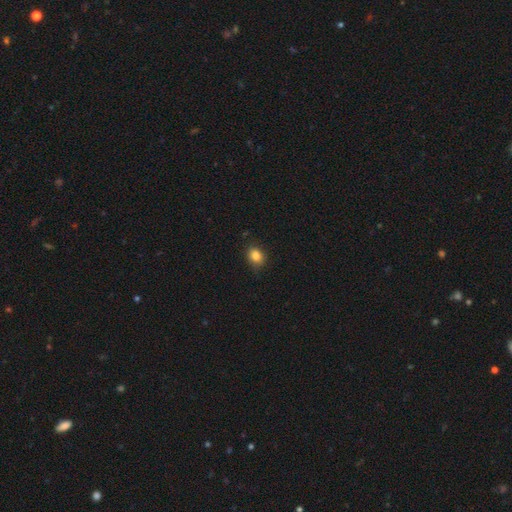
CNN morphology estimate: Smooth or featured: smooth — 85% (star or artifact — 10%)
How rounded: round — 51% (in between — 48%)
Merging: none — 80% (minor disturbance — 16%)